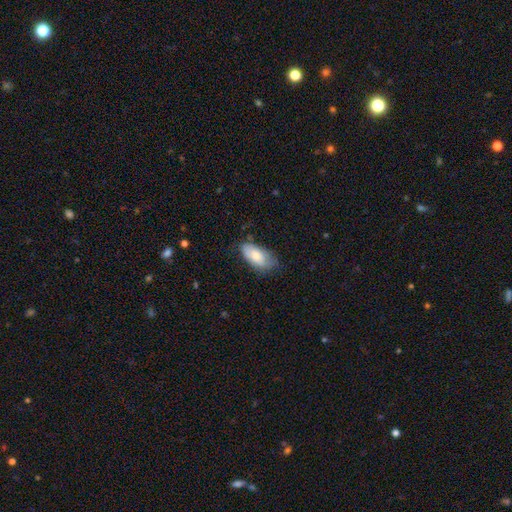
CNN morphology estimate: smooth-or-featured: smooth: 75% | featured or disk: 19% | star or artifact: 6%
  how-rounded: in between: 91% | cigar-shaped: 6% | round: 3%
  merging: none: 61% | minor disturbance: 30% | major disturbance: 7% | merger: 2%